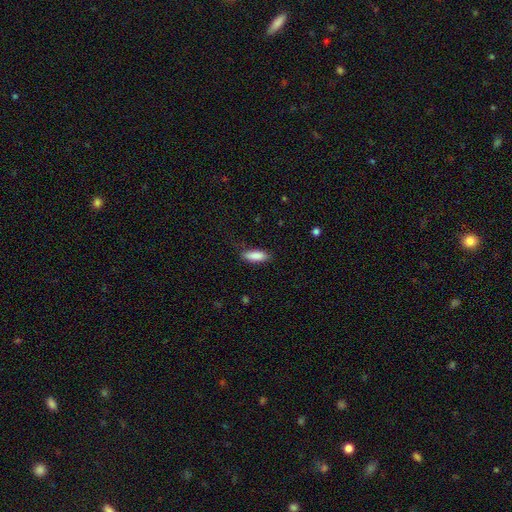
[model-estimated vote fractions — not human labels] smooth_or_featured: smooth (p=0.86) [alt: featured or disk p=0.07]
how_rounded: in between (p=0.66) [alt: cigar-shaped p=0.32]
merging: none (p=0.79) [alt: minor disturbance p=0.16]